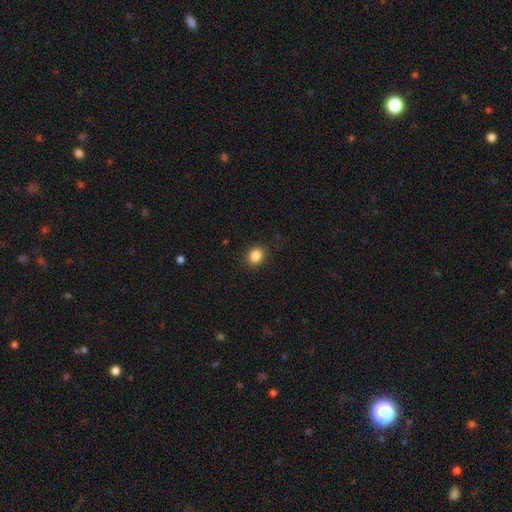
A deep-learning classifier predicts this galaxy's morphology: smooth-or-featured: smooth: 86% | star or artifact: 10% | featured or disk: 4%
  how-rounded: round: 51% | in between: 48% | cigar-shaped: 1%
  merging: none: 88% | minor disturbance: 9% | major disturbance: 3% | merger: 1%